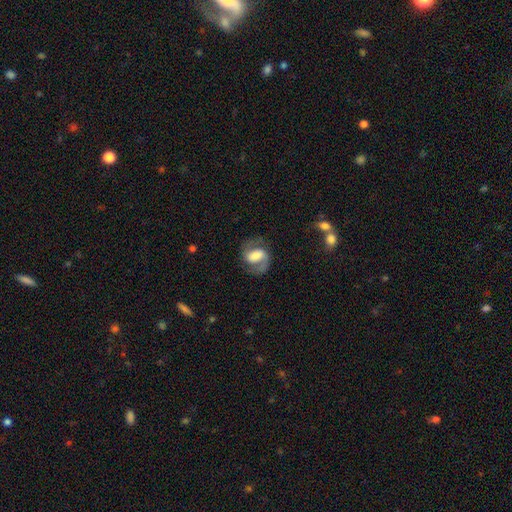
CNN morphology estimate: This appears to be a featured or disk galaxy (78%) with a weak bar (43%), 2 (87%) medium (55%) spiral arms (94%) and a moderate central bulge (34%, tied with large). Merging: none (71%).